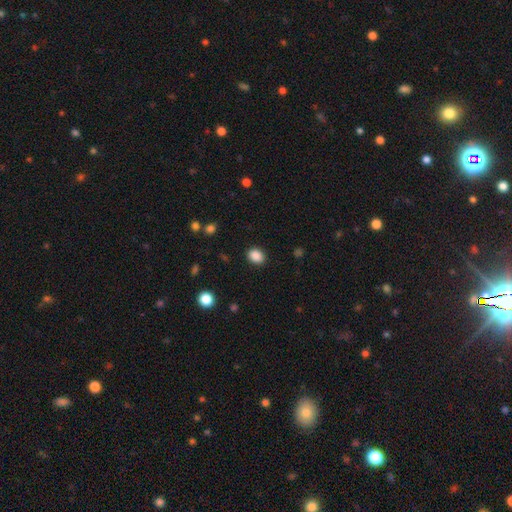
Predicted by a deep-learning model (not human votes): smooth 88%, star or artifact 9%, featured or disk 3%. Down the decision tree: how rounded — in between (54%); merging — none (89%).